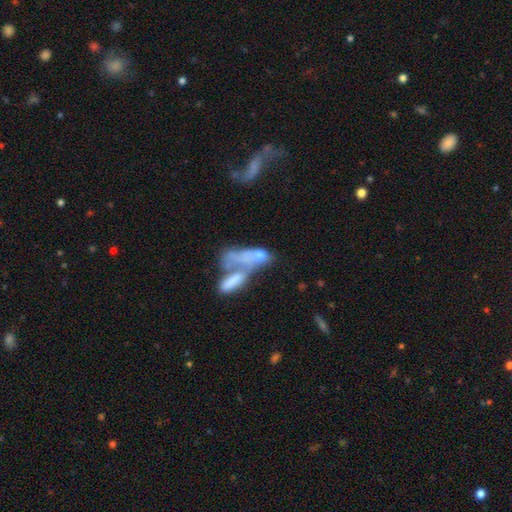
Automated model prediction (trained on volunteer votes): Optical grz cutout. It shows a smooth galaxy with no disk features (58%) that is in between round and cigar-shaped (67%). Merging: merger (63%).